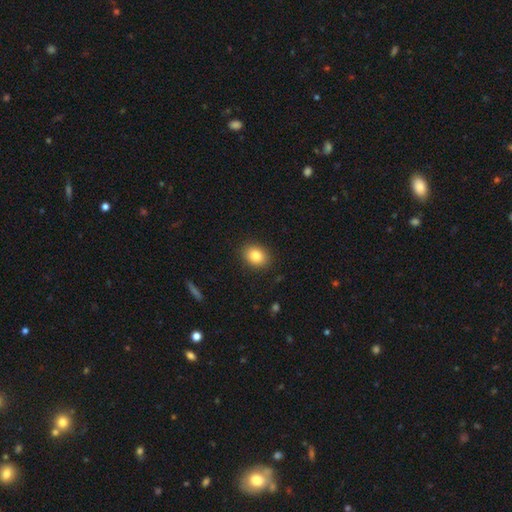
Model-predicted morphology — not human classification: A smooth galaxy with no disk features (83%) that is in between round and cigar-shaped (50%). Merging: none (89%).